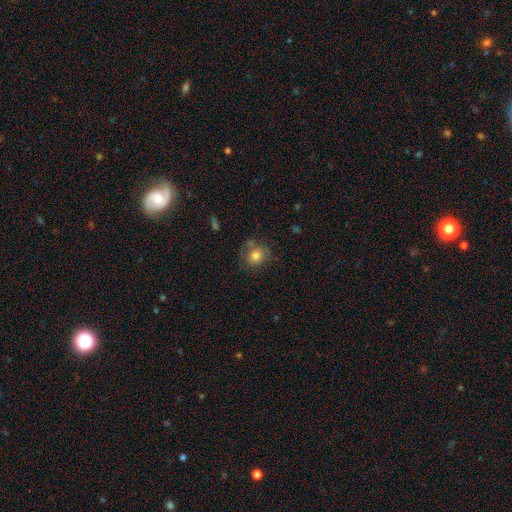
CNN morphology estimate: A smooth galaxy with no disk features (77%) that is round (76%).

Vote fractions:
- Smooth or featured? smooth: 77% / featured or disk: 13% / star or artifact: 10%
- How rounded? round: 76% / in between: 23% / cigar-shaped: 1%
- Merging? none: 63% / minor disturbance: 21% / major disturbance: 9% / merger: 7%